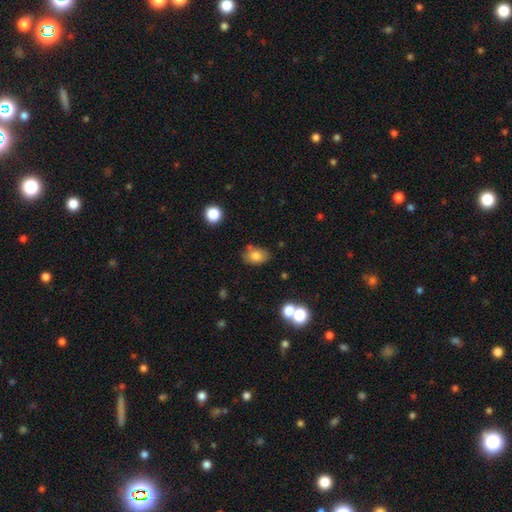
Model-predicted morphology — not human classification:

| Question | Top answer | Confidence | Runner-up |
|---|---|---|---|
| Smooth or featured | smooth | 78% | featured or disk (12%) |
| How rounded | in between | 82% | round (16%) |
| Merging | none | 74% | minor disturbance (16%) |